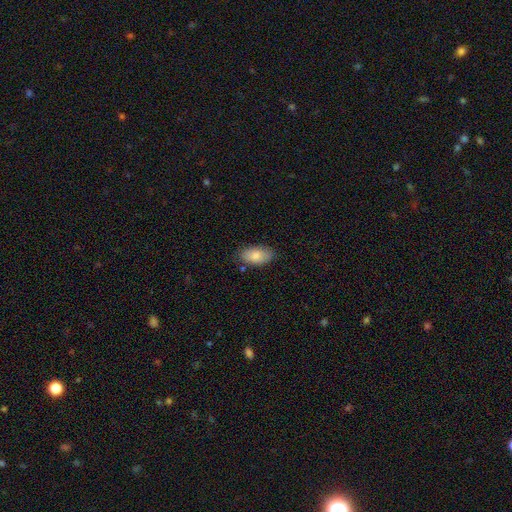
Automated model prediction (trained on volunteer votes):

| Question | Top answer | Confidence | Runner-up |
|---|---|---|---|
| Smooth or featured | smooth | 83% | featured or disk (11%) |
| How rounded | in between | 94% | round (3%) |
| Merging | none | 79% | minor disturbance (16%) |